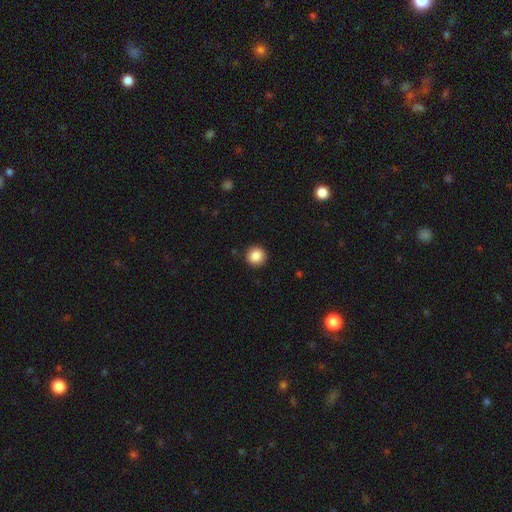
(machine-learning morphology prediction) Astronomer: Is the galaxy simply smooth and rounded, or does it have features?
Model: smooth — 87%.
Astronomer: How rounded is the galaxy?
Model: round — 94%.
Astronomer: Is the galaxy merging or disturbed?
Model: none — 92%.